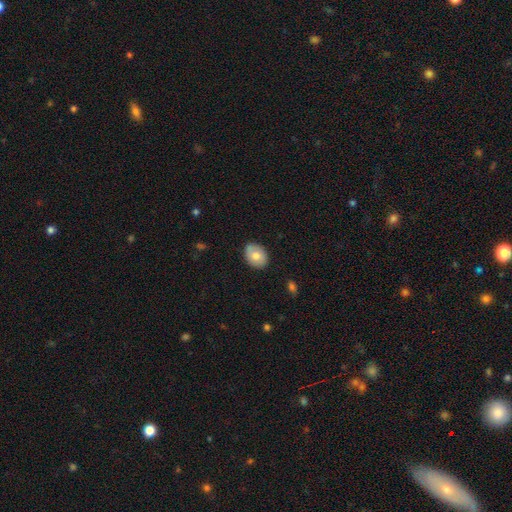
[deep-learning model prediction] smooth_or_featured: smooth (p=0.72) [alt: featured or disk p=0.20]
how_rounded: in between (p=0.65) [alt: round p=0.34]
merging: none (p=0.83) [alt: minor disturbance p=0.14]